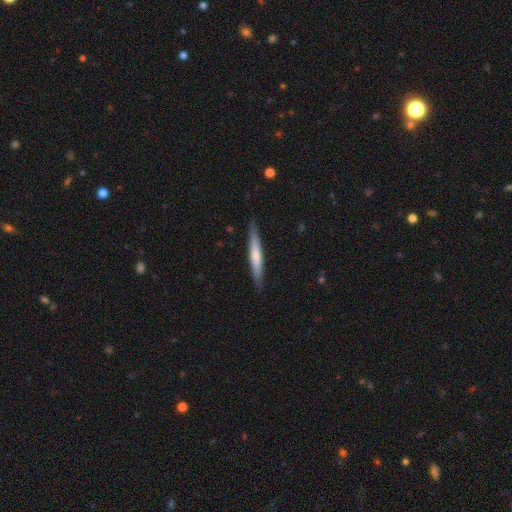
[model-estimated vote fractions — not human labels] smooth 51%, featured or disk 43%, star or artifact 5%. Down the decision tree: how rounded — cigar-shaped (95%); merging — none (88%).